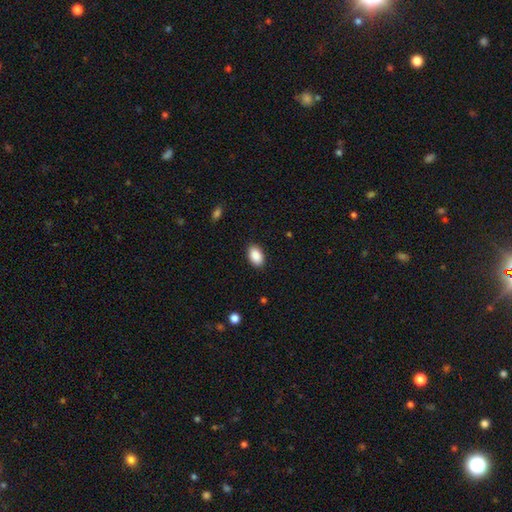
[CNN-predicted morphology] Smooth or featured? smooth (90%)
How rounded? in between (92%)
Merging? none (89%)